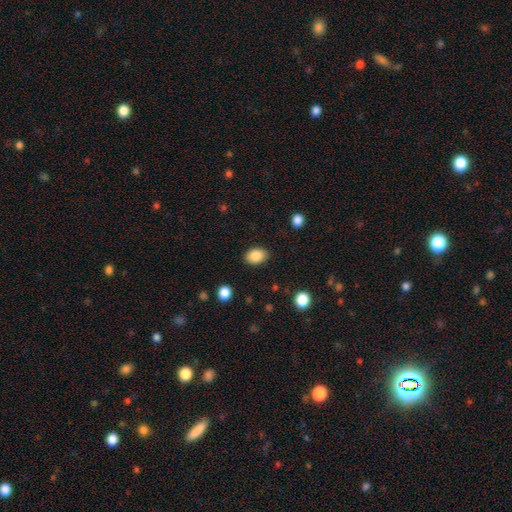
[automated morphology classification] smooth_or_featured: smooth (p=0.87) [alt: star or artifact p=0.08]
how_rounded: in between (p=0.75) [alt: round p=0.24]
merging: none (p=0.86) [alt: minor disturbance p=0.10]